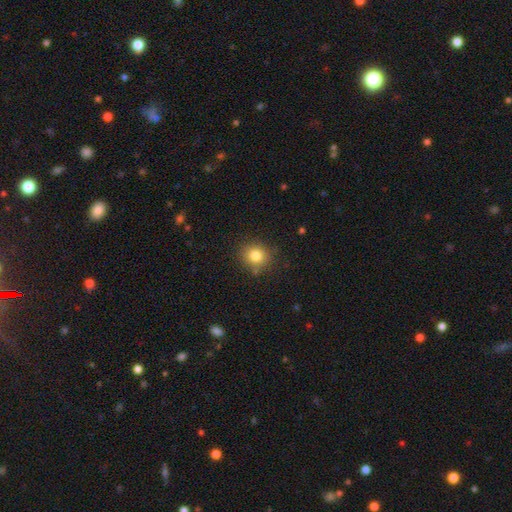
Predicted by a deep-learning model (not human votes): A smooth galaxy with no disk features (80%) that is round (85%).

Vote fractions:
- Smooth or featured? smooth: 80% / star or artifact: 12% / featured or disk: 7%
- How rounded? round: 85% / in between: 14% / cigar-shaped: 1%
- Merging? none: 85% / minor disturbance: 10% / merger: 3% / major disturbance: 3%